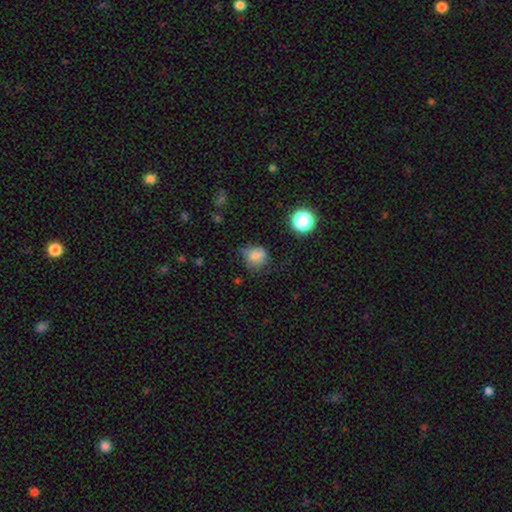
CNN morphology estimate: The model was most divided on "merging": none: 58%, minor disturbance: 30%, major disturbance: 9%, merger: 3%. More confident: how rounded — round (81%); smooth or featured — smooth (79%).